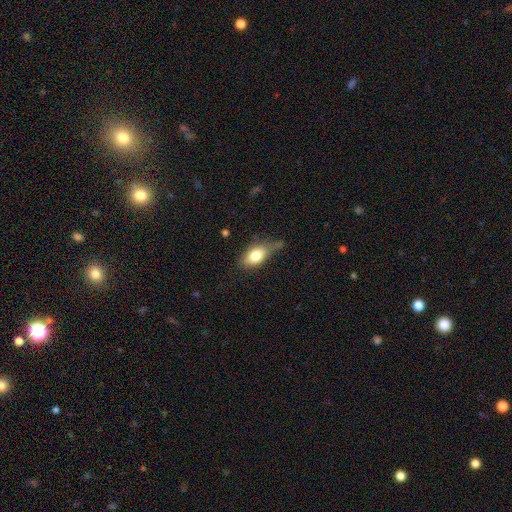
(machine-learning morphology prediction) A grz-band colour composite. It shows a smooth galaxy with no disk features (78%) that is in between round and cigar-shaped (86%). Merging: none (46%).